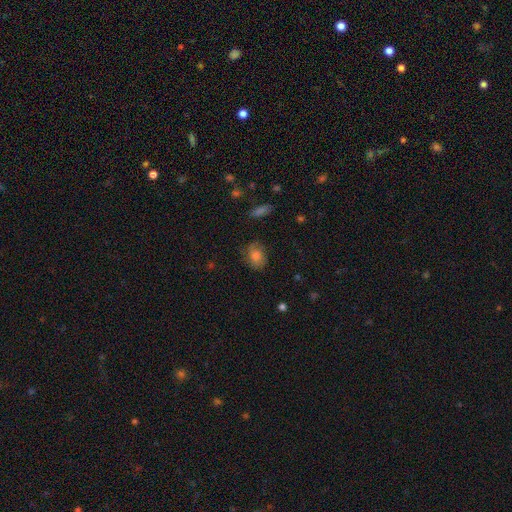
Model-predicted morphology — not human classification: The model was most divided on "how rounded": in between: 57%, round: 42%, cigar-shaped: 1%. More confident: merging — none (69%); smooth or featured — smooth (60%).